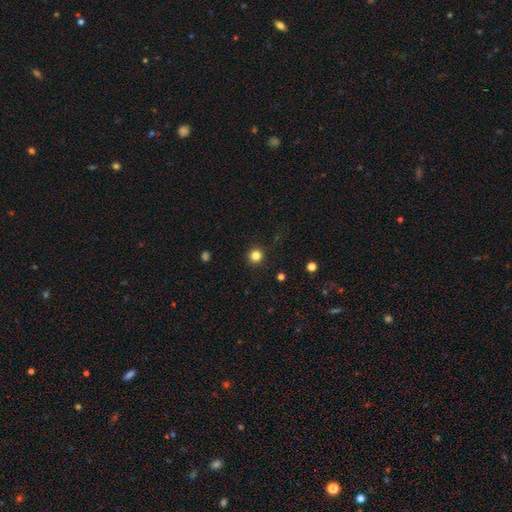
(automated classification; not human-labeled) This is clearly a smooth galaxy (82%). How rounded: clearly round (95%). Merging: clearly none (92%).